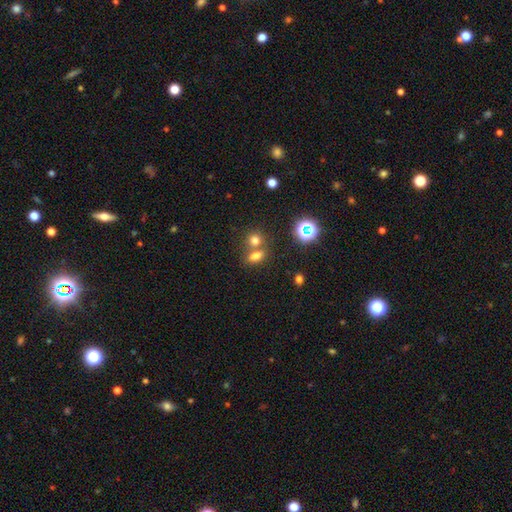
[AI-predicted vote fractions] Smooth or featured? Predicted: smooth (p=0.71). How rounded? Predicted: in between (p=0.67). Merging? Predicted: none (p=0.45).